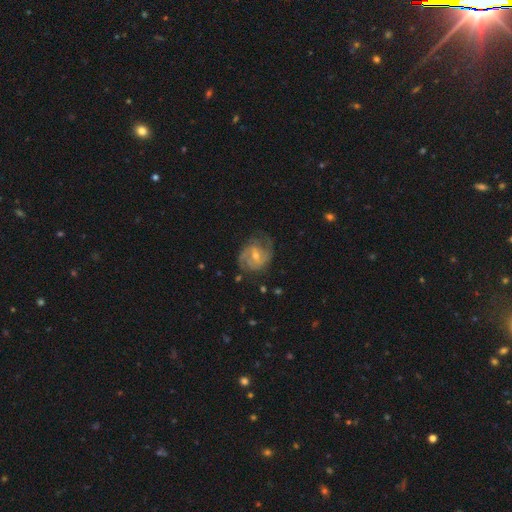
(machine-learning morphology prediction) This appears to be a featured or disk galaxy (86%) with a weak bar (51%), 2 (70%) medium (46%) spiral arms (97%) and a moderate central bulge (52%). Merging: none (74%).